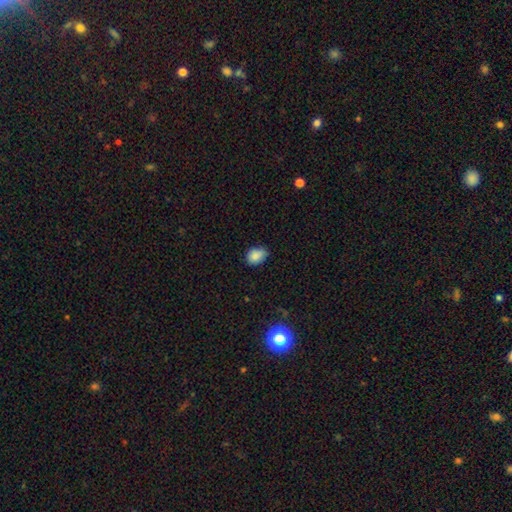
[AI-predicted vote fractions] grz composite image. It shows a smooth galaxy with no disk features (86%) that is in between round and cigar-shaped (64%). Merging: none (67%).